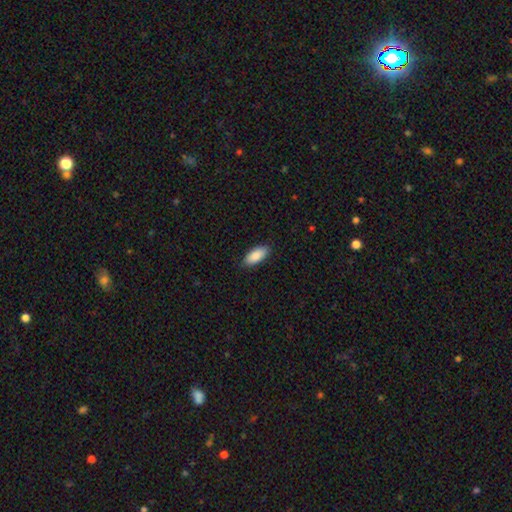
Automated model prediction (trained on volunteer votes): The model was most divided on "how rounded": in between: 86%, cigar-shaped: 13%, round: 2%. More confident: smooth or featured — smooth (88%); merging — none (87%).